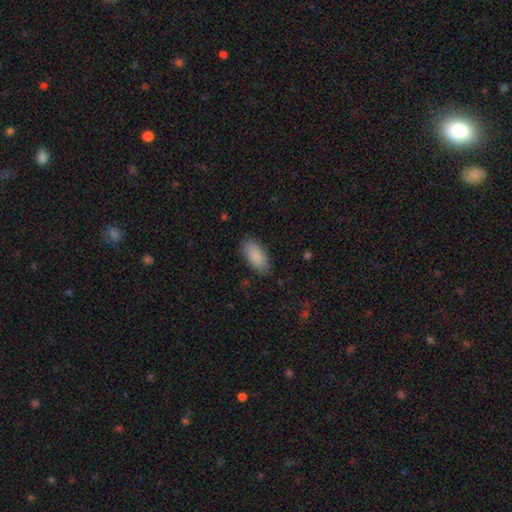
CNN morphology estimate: Smooth or featured?
  - smooth: 88% *
  - star or artifact: 6%
  - featured or disk: 6%
How rounded?
  - in between: 89% *
  - cigar-shaped: 9%
  - round: 2%
Merging?
  - none: 84% *
  - minor disturbance: 12%
  - major disturbance: 3%
  - merger: 1%